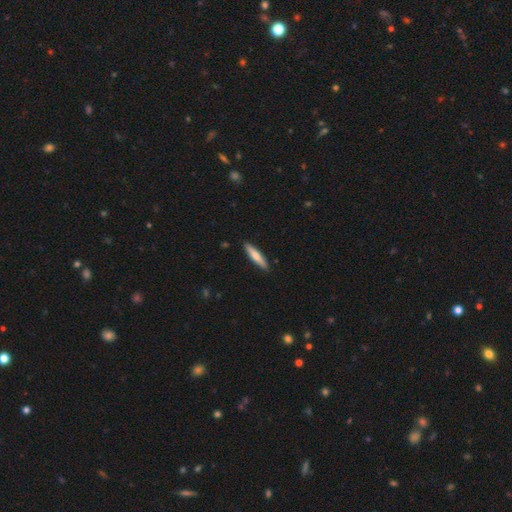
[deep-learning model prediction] A smooth galaxy with no disk features (65%) that is cigar-shaped (85%). Merging: none (90%).